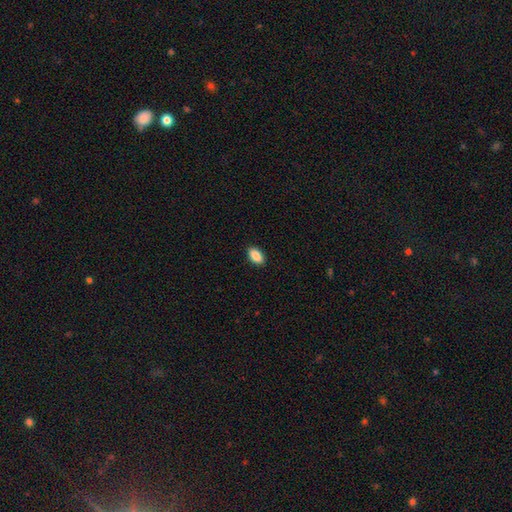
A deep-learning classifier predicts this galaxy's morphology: A smooth galaxy with no disk features (89%) that is in between round and cigar-shaped (93%). Merging: none (91%).